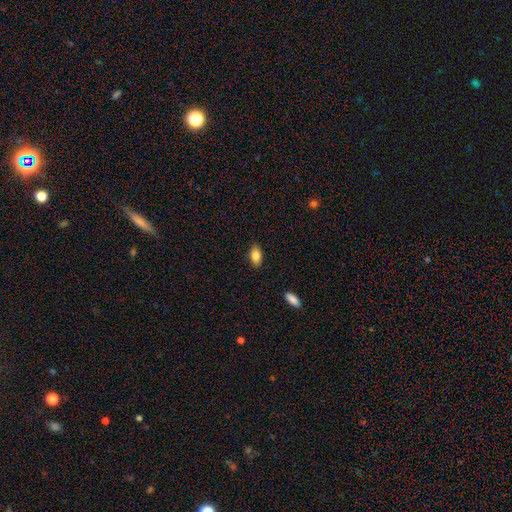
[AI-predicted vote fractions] This is clearly a smooth galaxy (85%). How rounded: clearly in between (91%). Merging: clearly none (86%).